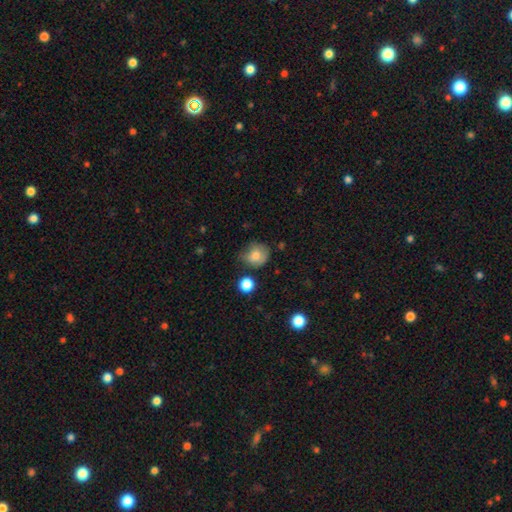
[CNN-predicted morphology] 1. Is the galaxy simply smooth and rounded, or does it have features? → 78% smooth, 12% featured or disk, 10% star or artifact.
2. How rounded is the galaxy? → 75% round, 24% in between, 1% cigar-shaped.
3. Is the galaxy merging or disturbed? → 55% none, 31% minor disturbance, 9% major disturbance, 4% merger.